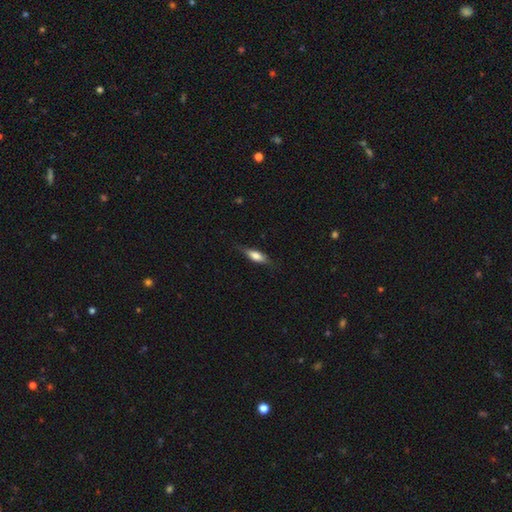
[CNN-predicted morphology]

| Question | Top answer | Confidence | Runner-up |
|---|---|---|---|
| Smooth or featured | smooth | 60% | featured or disk (33%) |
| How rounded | in between | 51% | cigar-shaped (47%) |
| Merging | none | 76% | minor disturbance (18%) |